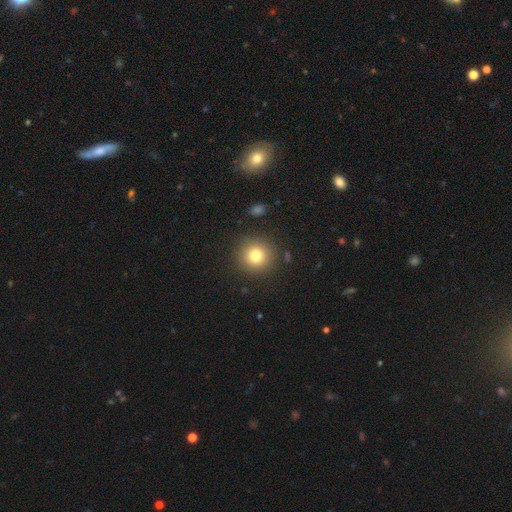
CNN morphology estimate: This is likely a smooth galaxy (80%). How rounded: clearly round (93%). Merging: clearly none (89%).